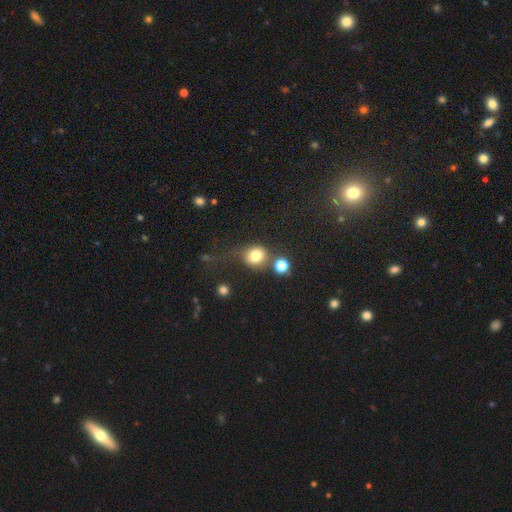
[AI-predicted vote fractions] This is likely a smooth galaxy (77%). How rounded: likely round (77%). Merging: possibly none (52%).